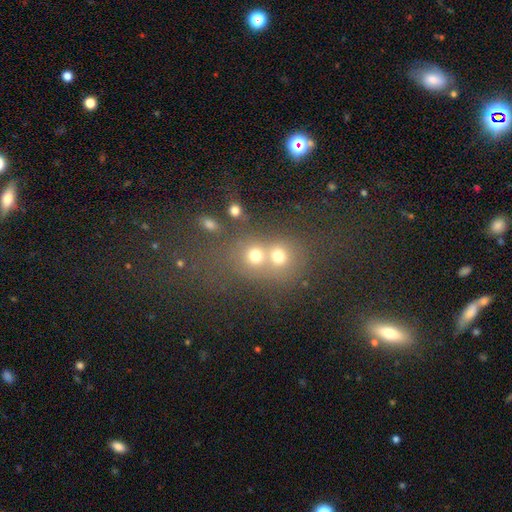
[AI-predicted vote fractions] Smooth or featured? smooth (65%)
How rounded? round (76%)
Merging? merger (56%)